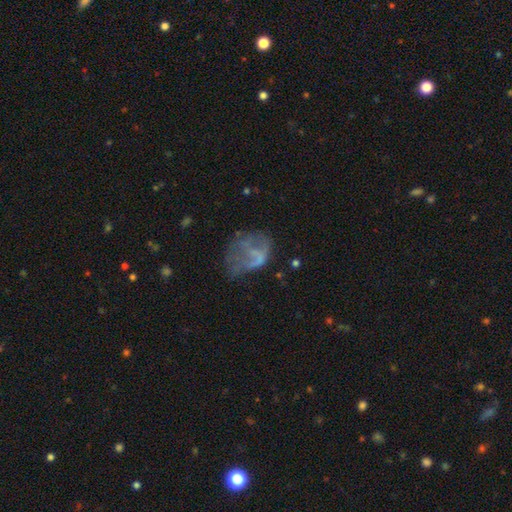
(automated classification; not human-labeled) Morphology: type=featured or disk (46%); merging=major disturbance (42%).